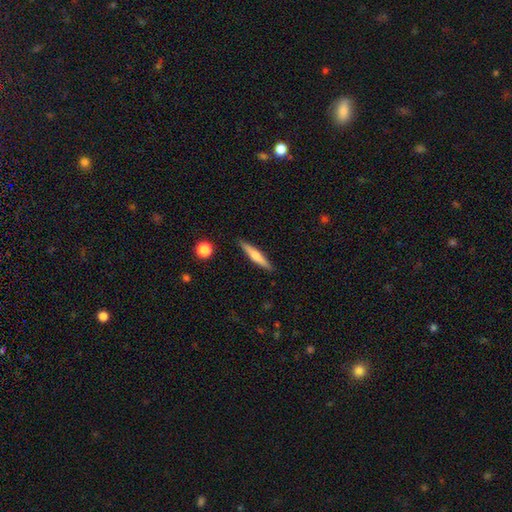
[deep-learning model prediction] Smooth or featured?
  - smooth: 49% *
  - featured or disk: 45%
  - star or artifact: 6%
Merging?
  - none: 89% *
  - minor disturbance: 8%
  - major disturbance: 2%
  - merger: 1%